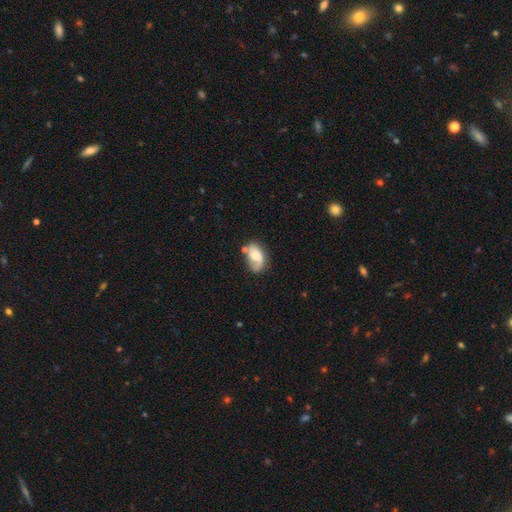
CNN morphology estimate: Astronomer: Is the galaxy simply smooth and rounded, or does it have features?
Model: smooth — 47% (runner-up: featured or disk, 45%).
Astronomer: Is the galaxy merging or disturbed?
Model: none — 47% (runner-up: minor disturbance, 26%).